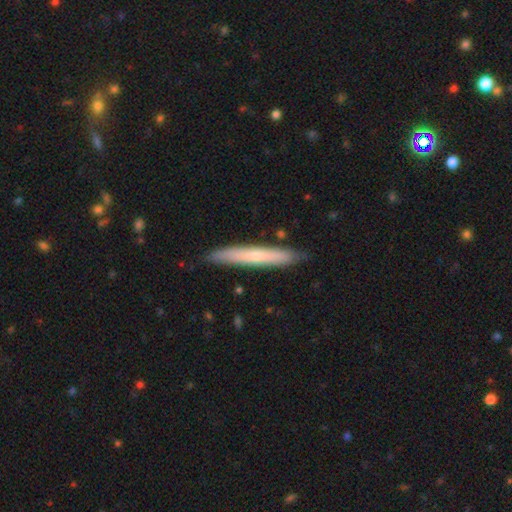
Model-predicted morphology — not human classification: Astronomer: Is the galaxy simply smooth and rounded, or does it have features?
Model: smooth — 56% (runner-up: featured or disk, 38%).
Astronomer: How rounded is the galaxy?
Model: cigar-shaped — 95%.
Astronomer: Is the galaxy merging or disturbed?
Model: none — 85%.